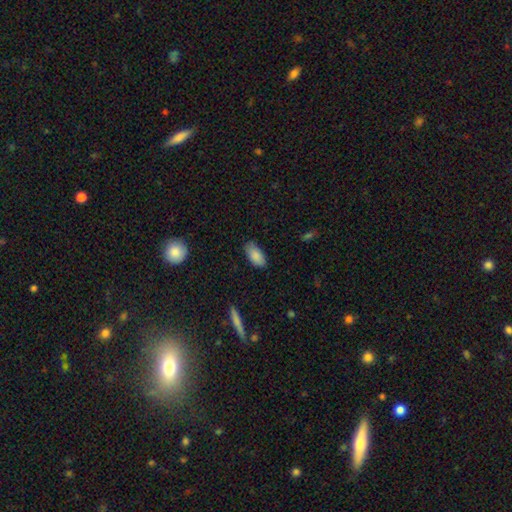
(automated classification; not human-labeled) A smooth galaxy with no disk features (87%) that is in between round and cigar-shaped (93%).

Vote fractions:
- Smooth or featured? smooth: 87% / star or artifact: 7% / featured or disk: 6%
- How rounded? in between: 93% / cigar-shaped: 5% / round: 3%
- Merging? none: 80% / minor disturbance: 16% / major disturbance: 3% / merger: 1%